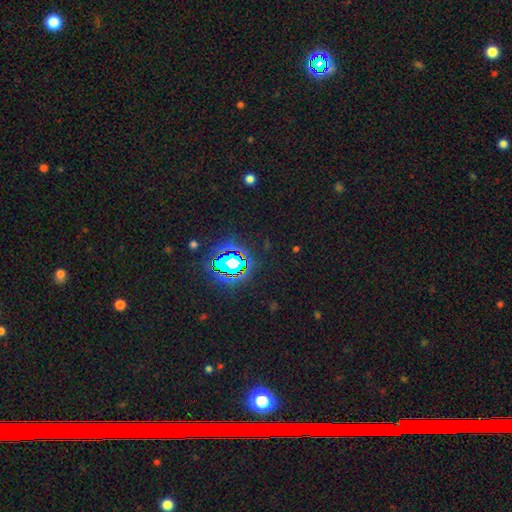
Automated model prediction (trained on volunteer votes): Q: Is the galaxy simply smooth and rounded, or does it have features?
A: star or artifact — 82%.